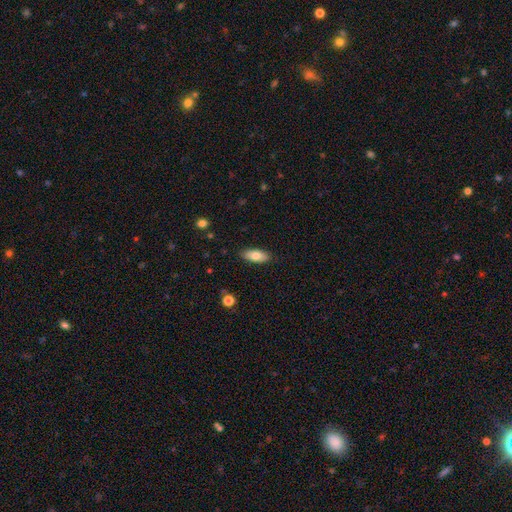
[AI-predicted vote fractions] Smooth or featured: smooth — 77% (featured or disk — 16%)
How rounded: in between — 82% (cigar-shaped — 15%)
Merging: none — 87% (minor disturbance — 10%)